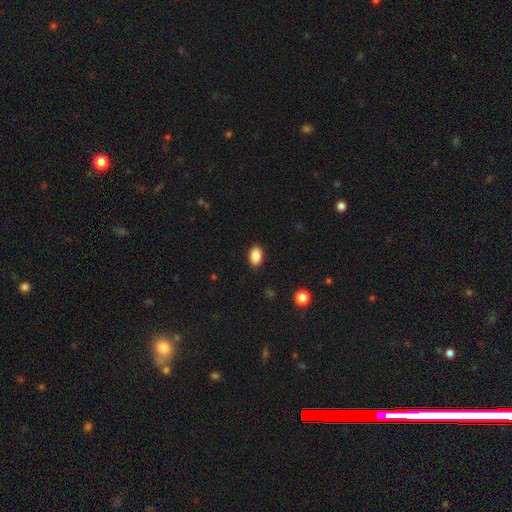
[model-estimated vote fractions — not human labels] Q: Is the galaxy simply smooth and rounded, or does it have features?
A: smooth — 87%.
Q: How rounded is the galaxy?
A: in between — 87%.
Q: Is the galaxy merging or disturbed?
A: none — 89%.